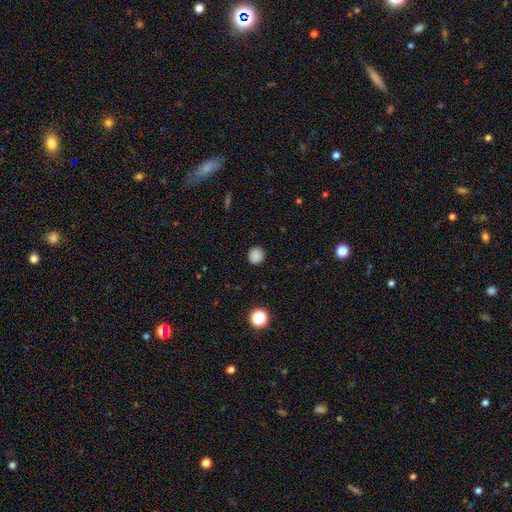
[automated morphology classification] The model was most divided on "smooth or featured": smooth: 85%, star or artifact: 12%, featured or disk: 3%. More confident: how rounded — round (93%); merging — none (91%).